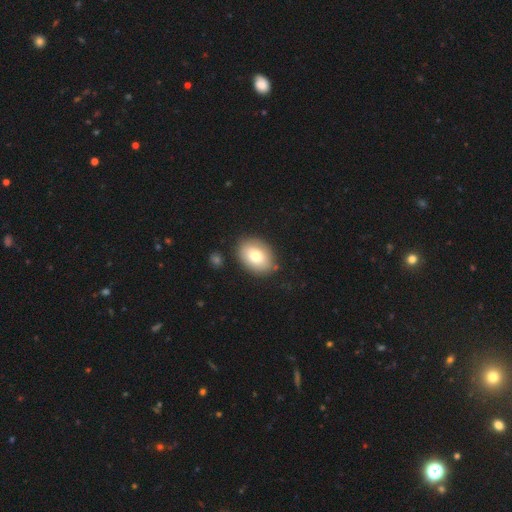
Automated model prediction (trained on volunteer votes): Overall: smooth (76%). How rounded: in between (77%). Merging: none (83%).